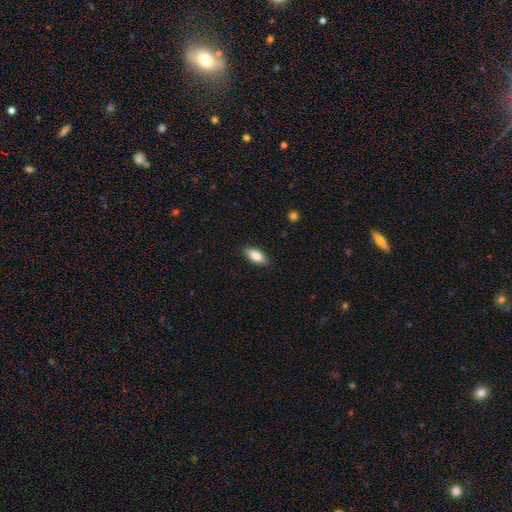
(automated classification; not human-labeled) Morphology: type=smooth (81%); roundness=in between (81%); merging=none (88%).